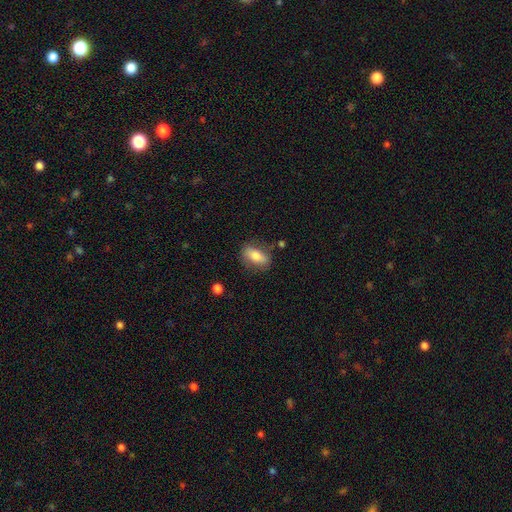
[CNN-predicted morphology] The model was most divided on "smooth or featured": smooth: 76%, featured or disk: 17%, star or artifact: 7%. More confident: how rounded — in between (82%); merging — none (76%).